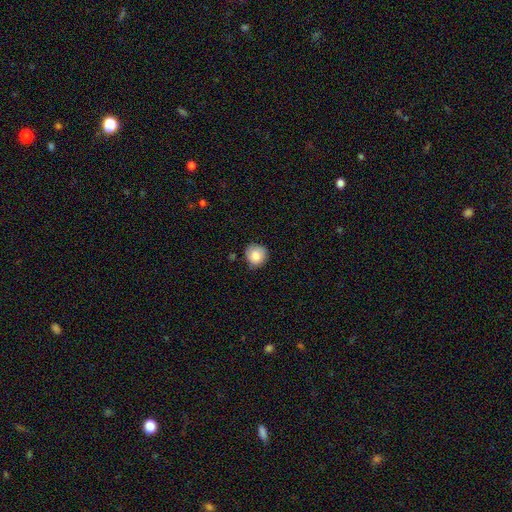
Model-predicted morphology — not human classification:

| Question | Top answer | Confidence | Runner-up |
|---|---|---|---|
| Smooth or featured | smooth | 83% | featured or disk (9%) |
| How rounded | round | 91% | in between (8%) |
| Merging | none | 76% | minor disturbance (19%) |